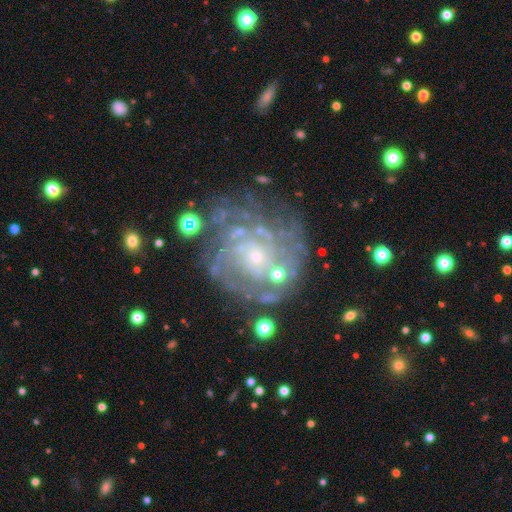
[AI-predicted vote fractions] A featured or disk galaxy (82%) with no bar (80%), tight (69%) spiral arms (87%) and a small central bulge (73%).

Vote fractions:
- Smooth or featured? featured or disk: 82% / smooth: 9% / star or artifact: 9%
- Edge-on disk? no: 98% / yes: 2%
- Bar? no: 80% / weak: 16% / strong: 4%
- Spiral arms? yes: 87% / no: 13%
- Spiral winding? tight: 69% / medium: 23% / loose: 8%
- Spiral arm count? can't tell: 42% / 3: 14% / 2: 13% / 4: 13% / more than 4: 11% / 1: 7%
- Bulge size? small: 73% / moderate: 18% / none: 6% / large: 2% / dominant: 1%
- Merging? none: 66% / minor disturbance: 18% / major disturbance: 12% / merger: 4%